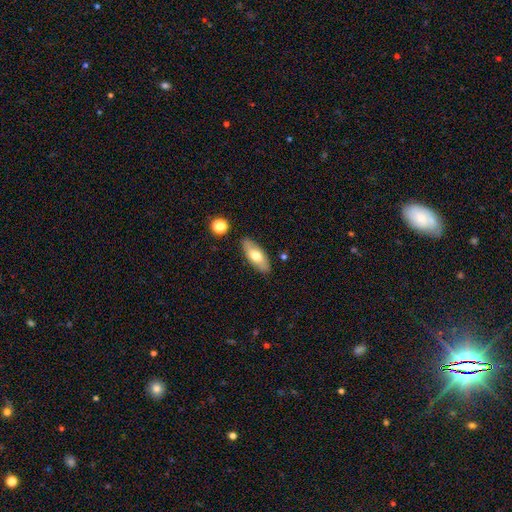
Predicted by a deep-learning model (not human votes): Q: Smooth or featured?
A: smooth (63%); runner-up: featured or disk (31%)
Q: How rounded?
A: in between (80%); runner-up: cigar-shaped (18%)
Q: Merging?
A: none (85%); runner-up: minor disturbance (11%)